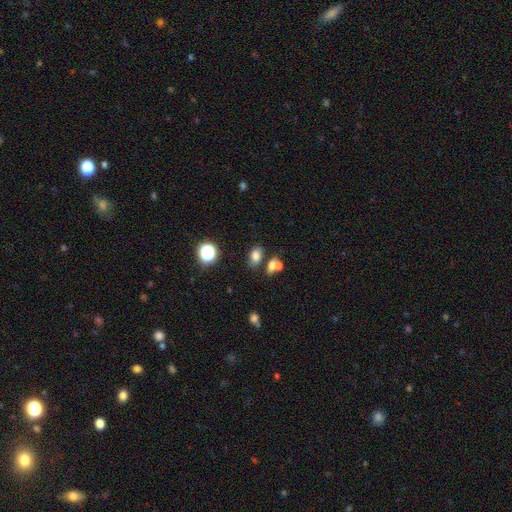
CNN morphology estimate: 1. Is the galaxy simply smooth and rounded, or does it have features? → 77% smooth, 14% star or artifact, 9% featured or disk.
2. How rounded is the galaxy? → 82% in between, 16% round, 2% cigar-shaped.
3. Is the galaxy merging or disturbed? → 64% none, 20% merger, 12% minor disturbance, 4% major disturbance.